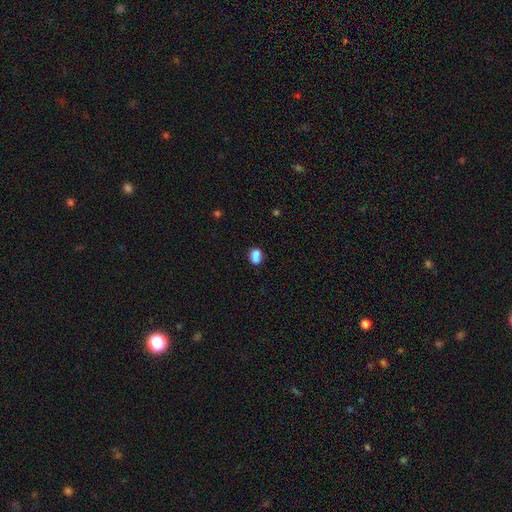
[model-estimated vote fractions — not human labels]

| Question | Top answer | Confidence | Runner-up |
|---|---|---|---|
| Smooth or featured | smooth | 85% | star or artifact (10%) |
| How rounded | in between | 65% | round (34%) |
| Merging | none | 69% | minor disturbance (20%) |